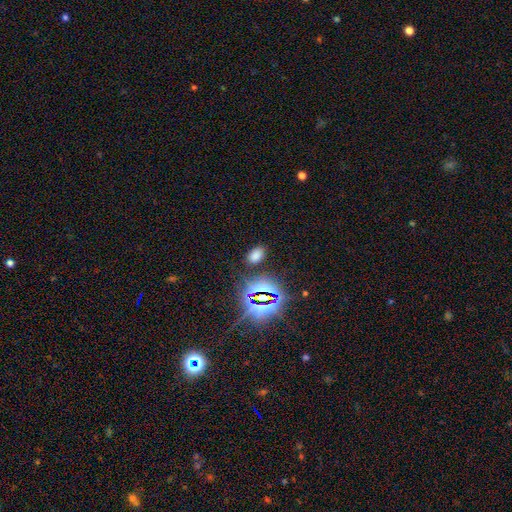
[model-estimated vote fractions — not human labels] The model was most divided on "smooth or featured": smooth: 65%, star or artifact: 29%, featured or disk: 6%. More confident: how rounded — in between (88%); merging — none (85%).